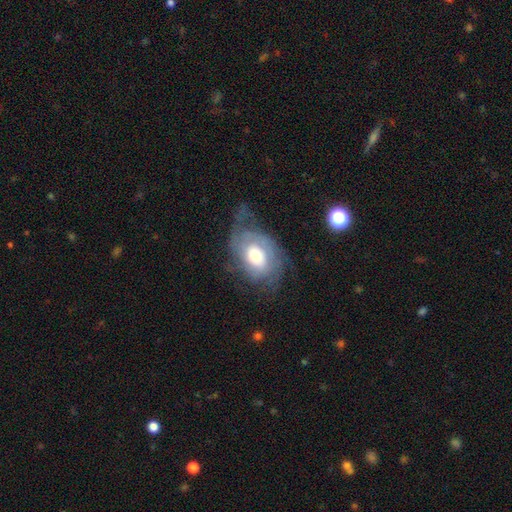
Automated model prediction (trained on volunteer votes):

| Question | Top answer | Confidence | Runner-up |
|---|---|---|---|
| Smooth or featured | featured or disk | 66% | smooth (26%) |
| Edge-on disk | no | 96% | yes (4%) |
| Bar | no | 73% | weak (22%) |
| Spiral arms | yes | 82% | no (18%) |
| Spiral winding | tight | 50% | medium (34%) |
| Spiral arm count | can't tell | 43% | 2 (30%) |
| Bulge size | moderate | 52% | large (33%) |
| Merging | none | 47% | major disturbance (26%) |